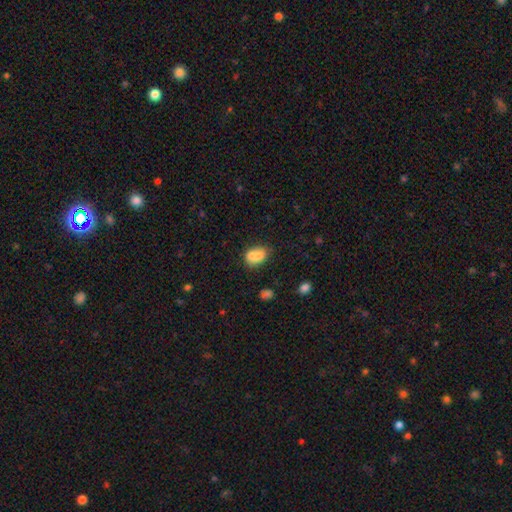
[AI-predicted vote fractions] The model was most divided on "merging": merger: 48%, none: 35%, minor disturbance: 13%, major disturbance: 5%. More confident: smooth or featured — smooth (75%); how rounded — in between (71%).